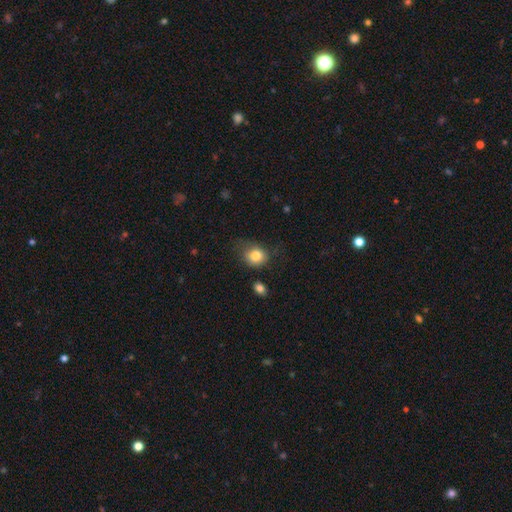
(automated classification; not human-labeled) smooth 80%, star or artifact 10%, featured or disk 10%. Down the decision tree: how rounded — round (68%); merging — none (57%).